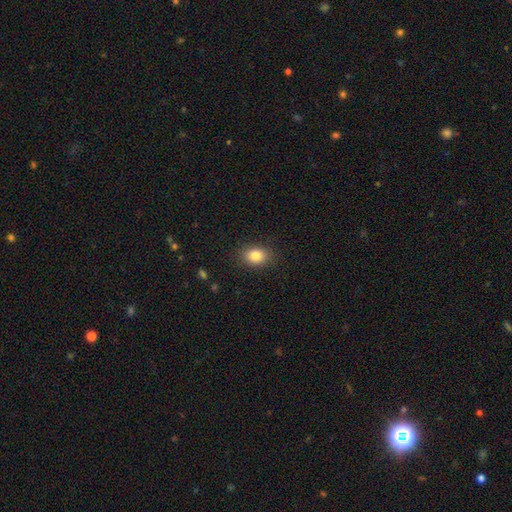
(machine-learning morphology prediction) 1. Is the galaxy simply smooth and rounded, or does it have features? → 84% smooth, 10% star or artifact, 7% featured or disk.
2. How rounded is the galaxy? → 61% in between, 38% round, 1% cigar-shaped.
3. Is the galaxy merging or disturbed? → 87% none, 9% minor disturbance, 3% major disturbance, 1% merger.